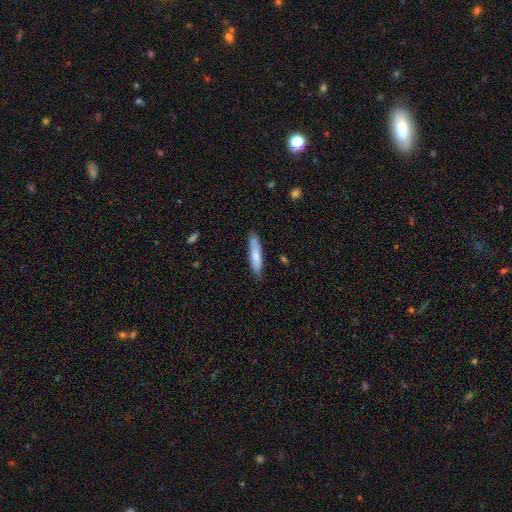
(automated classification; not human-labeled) Q: Smooth or featured?
A: smooth (73%); runner-up: featured or disk (21%)
Q: How rounded?
A: cigar-shaped (78%); runner-up: in between (21%)
Q: Merging?
A: none (81%); runner-up: minor disturbance (15%)